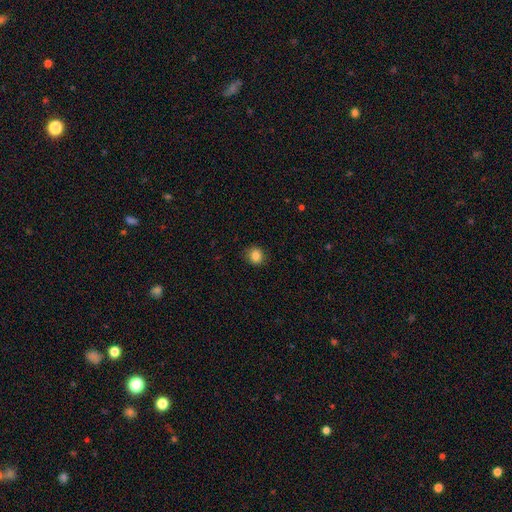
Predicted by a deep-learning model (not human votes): The model was most divided on "how rounded": round: 79%, in between: 20%, cigar-shaped: 1%. More confident: merging — none (87%); smooth or featured — smooth (84%).